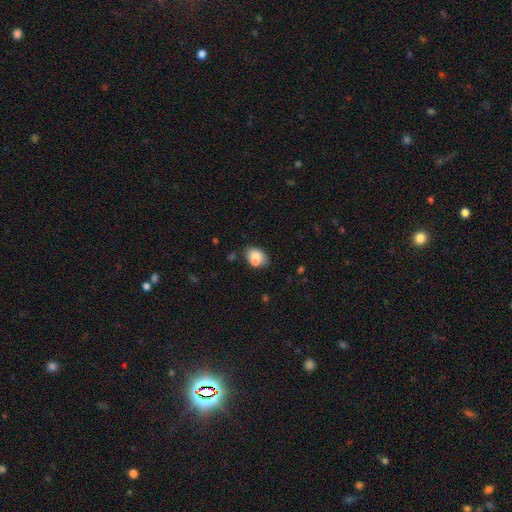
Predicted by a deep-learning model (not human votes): smooth-or-featured: smooth: 74% | featured or disk: 17% | star or artifact: 9%
  how-rounded: in between: 78% | round: 20% | cigar-shaped: 1%
  merging: none: 49% | merger: 27% | minor disturbance: 18% | major disturbance: 6%